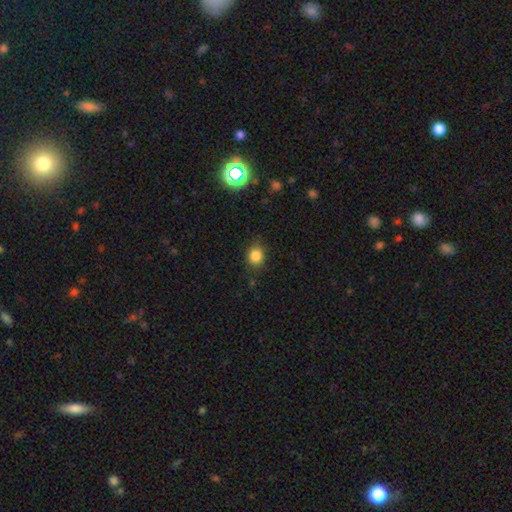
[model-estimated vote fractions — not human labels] The model was most divided on "how rounded": round: 71%, in between: 28%, cigar-shaped: 1%. More confident: smooth or featured — smooth (84%); merging — none (82%).